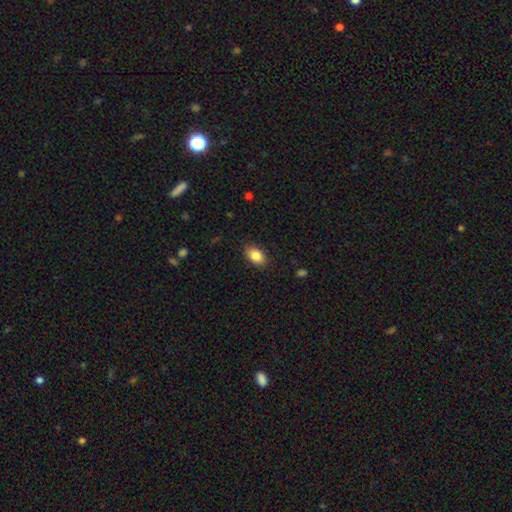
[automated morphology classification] Smooth or featured?
  - smooth: 86% *
  - star or artifact: 8%
  - featured or disk: 6%
How rounded?
  - in between: 88% *
  - round: 10%
  - cigar-shaped: 2%
Merging?
  - none: 86% *
  - minor disturbance: 10%
  - major disturbance: 3%
  - merger: 1%